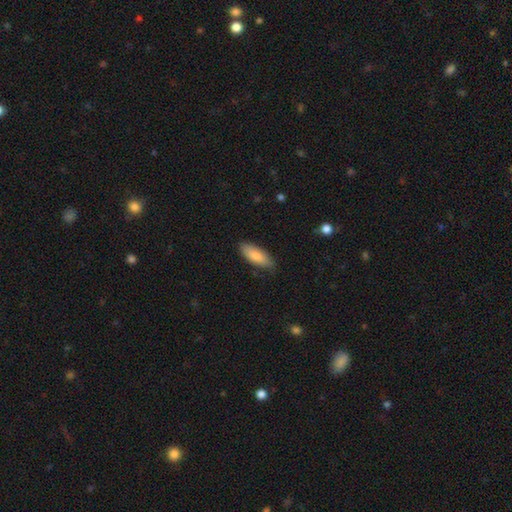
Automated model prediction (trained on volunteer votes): A smooth galaxy with no disk features (83%) that is in between round and cigar-shaped (73%).

Vote fractions:
- Smooth or featured? smooth: 83% / featured or disk: 11% / star or artifact: 6%
- How rounded? in between: 73% / cigar-shaped: 25% / round: 2%
- Merging? none: 83% / minor disturbance: 14% / major disturbance: 2% / merger: 1%